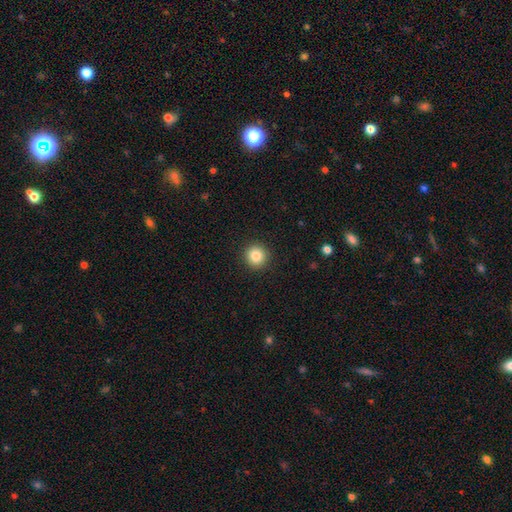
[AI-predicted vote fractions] Smooth or featured? Predicted: smooth (p=0.85). How rounded? Predicted: round (p=0.95). Merging? Predicted: none (p=0.92).